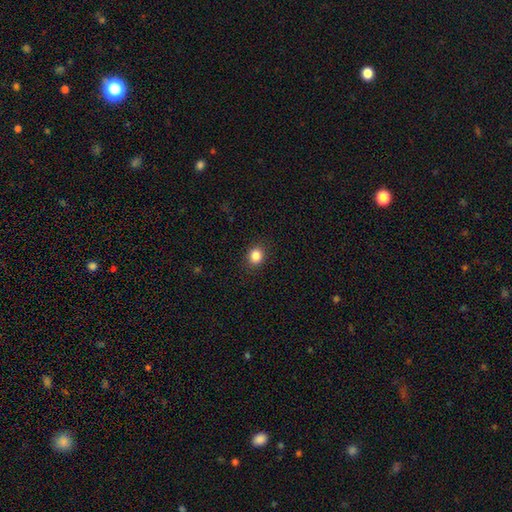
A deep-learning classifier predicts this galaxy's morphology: Smooth or featured? smooth (86%)
How rounded? round (67%)
Merging? none (89%)